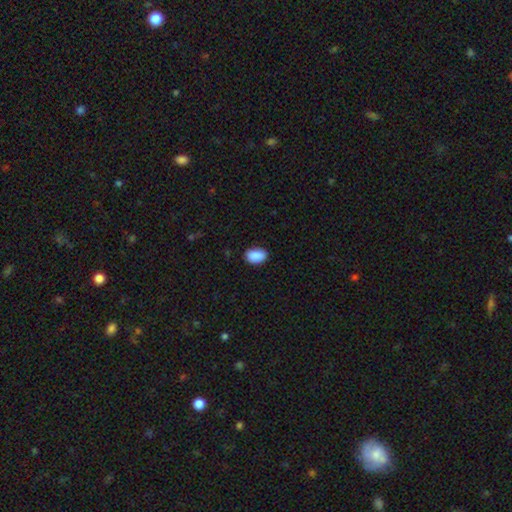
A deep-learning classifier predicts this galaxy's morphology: smooth 91%, star or artifact 7%, featured or disk 2%. Down the decision tree: how rounded — in between (90%); merging — none (87%).